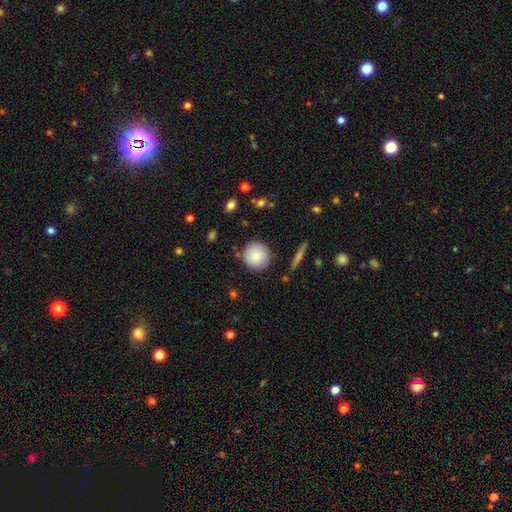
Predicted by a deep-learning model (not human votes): Q: Smooth or featured?
A: smooth (82%); runner-up: featured or disk (11%)
Q: How rounded?
A: round (95%); runner-up: in between (4%)
Q: Merging?
A: none (86%); runner-up: minor disturbance (10%)